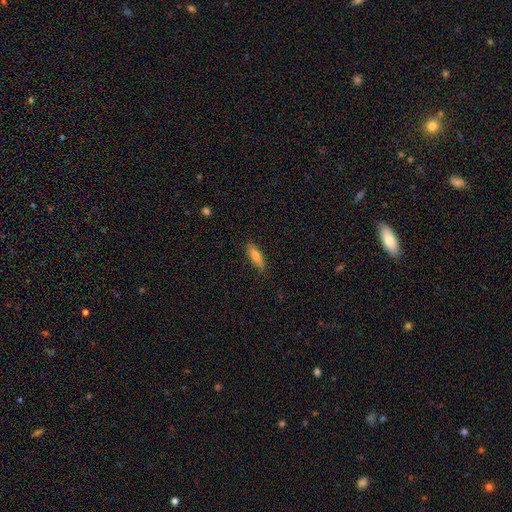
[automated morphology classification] The model was most divided on "how rounded": cigar-shaped: 59%, in between: 39%, round: 2%. More confident: merging — none (86%); smooth or featured — smooth (77%).